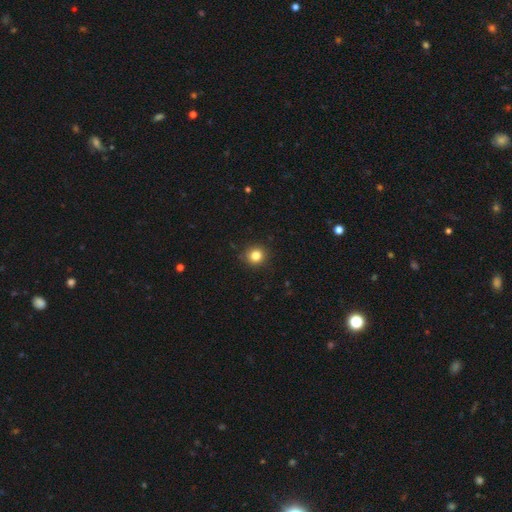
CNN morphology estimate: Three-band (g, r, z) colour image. It shows a smooth galaxy with no disk features (82%) that is round (90%). Merging: none (91%).